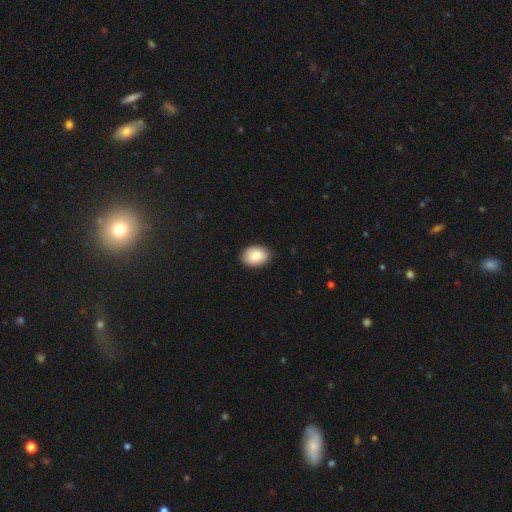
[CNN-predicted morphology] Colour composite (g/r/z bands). It shows a smooth galaxy with no disk features (84%) that is in between round and cigar-shaped (75%). Merging: none (87%).